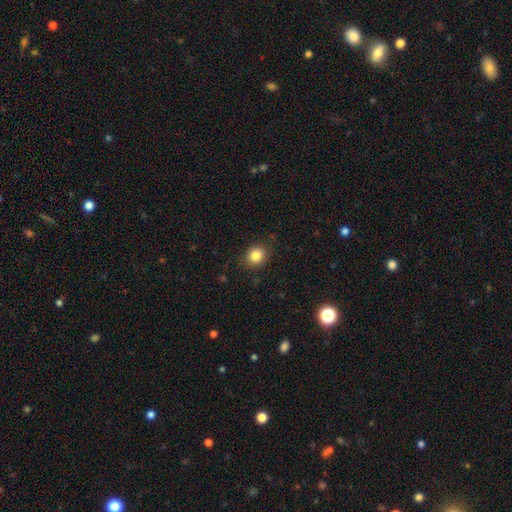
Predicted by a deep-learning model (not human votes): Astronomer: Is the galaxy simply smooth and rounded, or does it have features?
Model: smooth — 84%.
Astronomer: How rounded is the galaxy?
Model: round — 67%.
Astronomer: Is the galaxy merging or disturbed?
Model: none — 86%.